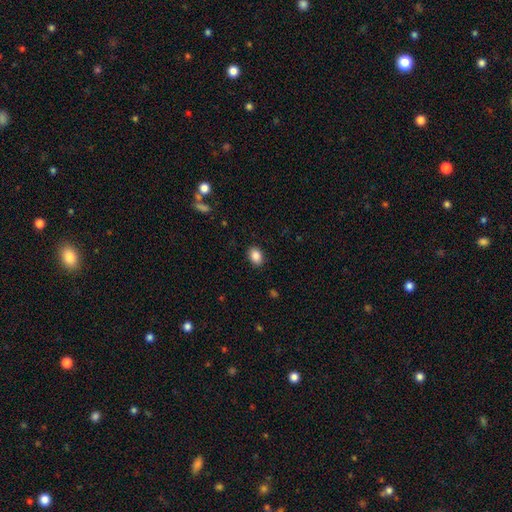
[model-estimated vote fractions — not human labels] This is clearly a smooth galaxy (88%). How rounded: likely in between (75%). Merging: clearly none (89%).